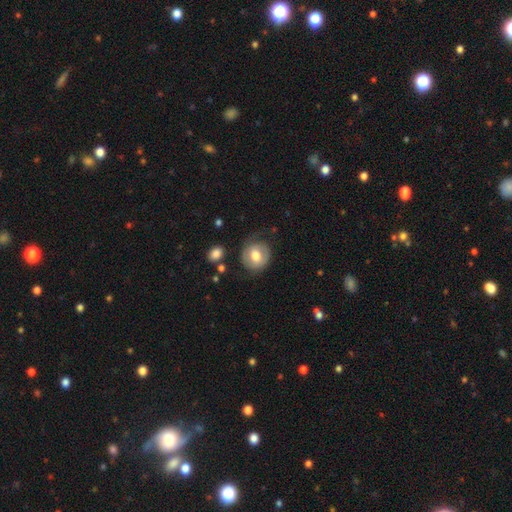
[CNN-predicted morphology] Smooth or featured? smooth (55%)
How rounded? round (76%)
Merging? none (70%)